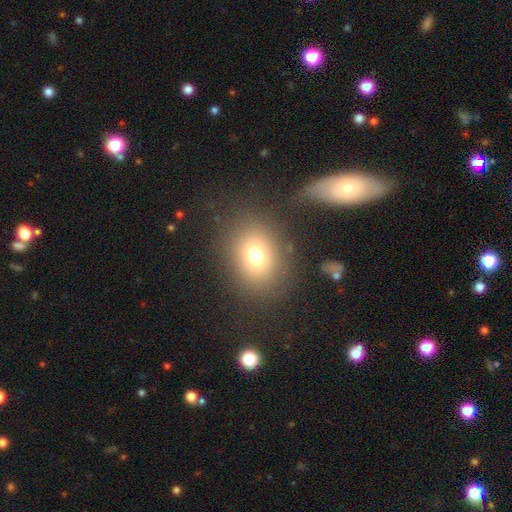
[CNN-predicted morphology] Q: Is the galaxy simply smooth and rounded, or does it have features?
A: smooth — 73%.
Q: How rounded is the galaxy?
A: round — 52%.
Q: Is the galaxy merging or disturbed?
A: none — 77%.